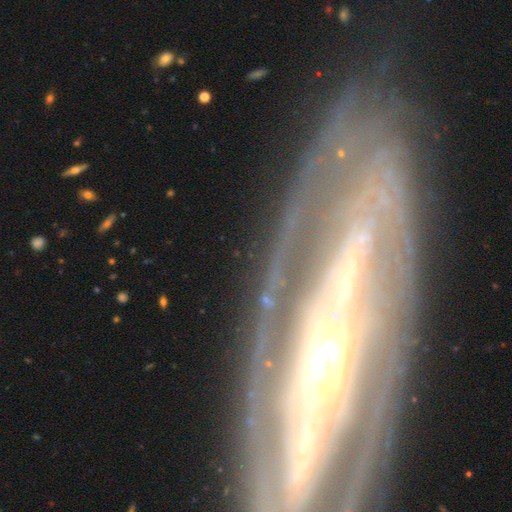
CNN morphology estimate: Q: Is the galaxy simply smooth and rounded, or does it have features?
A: featured or disk — 85%.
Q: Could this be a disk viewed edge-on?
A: no — 75%.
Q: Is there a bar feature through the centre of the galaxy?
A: strong — 47%.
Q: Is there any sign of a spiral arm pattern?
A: yes — 79%.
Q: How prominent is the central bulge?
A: moderate — 54%.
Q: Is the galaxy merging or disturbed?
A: none — 75%.